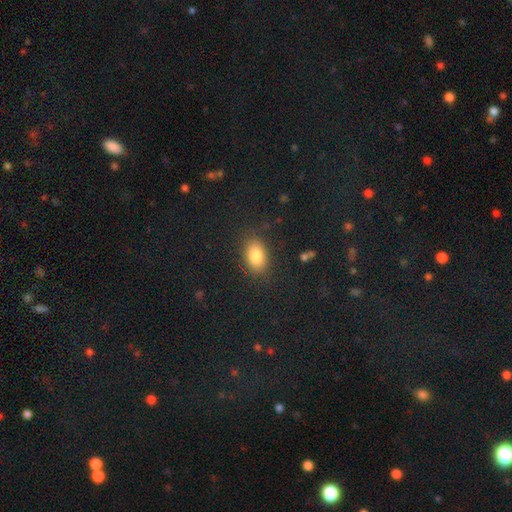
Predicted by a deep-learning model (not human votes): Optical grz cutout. It shows a smooth galaxy with no disk features (83%) that is in between round and cigar-shaped (85%). Merging: none (84%).